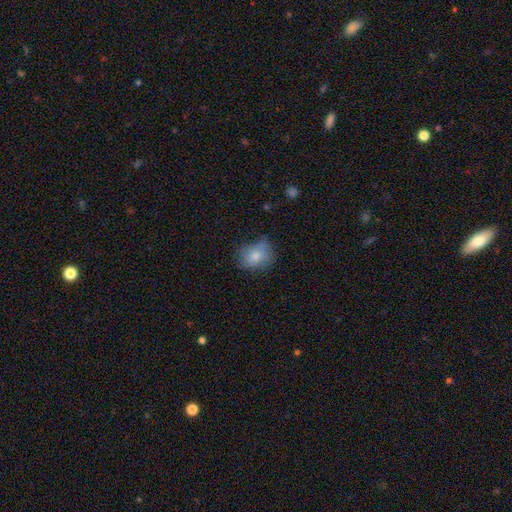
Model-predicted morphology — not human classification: Smooth or featured? Predicted: smooth (p=0.78). How rounded? Predicted: in between (p=0.56). Merging? Predicted: none (p=0.63).